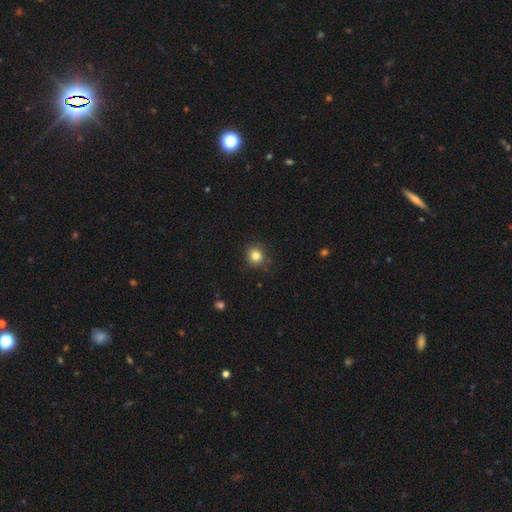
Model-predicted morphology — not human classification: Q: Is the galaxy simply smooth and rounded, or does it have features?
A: smooth — 83%.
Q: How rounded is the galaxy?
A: round — 87%.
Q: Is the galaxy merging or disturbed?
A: none — 86%.